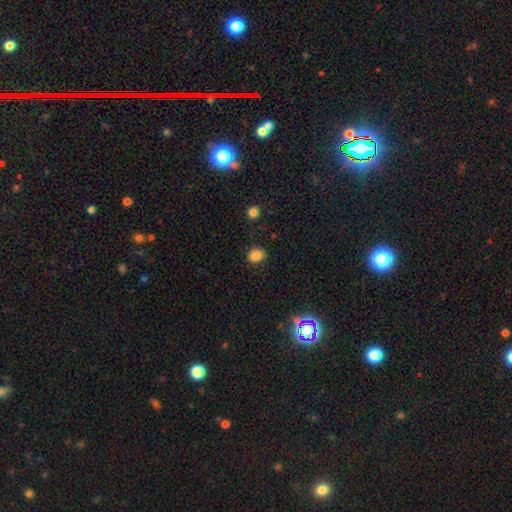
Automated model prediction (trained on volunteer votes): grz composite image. It shows a smooth galaxy with no disk features (84%) that is round (68%). Merging: none (85%).